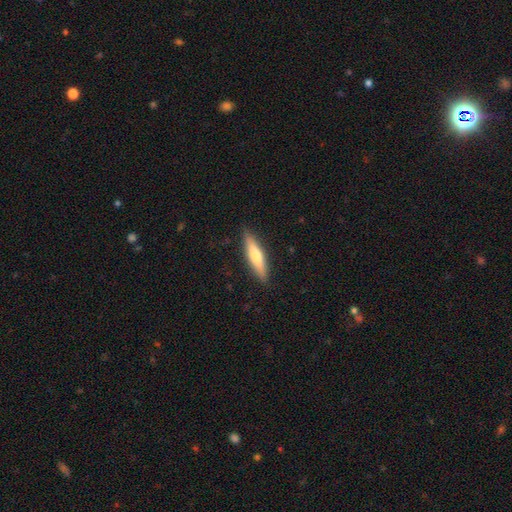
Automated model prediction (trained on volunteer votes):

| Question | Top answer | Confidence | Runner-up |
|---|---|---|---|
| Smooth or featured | smooth | 62% | featured or disk (32%) |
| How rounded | cigar-shaped | 79% | in between (20%) |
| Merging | none | 88% | minor disturbance (9%) |